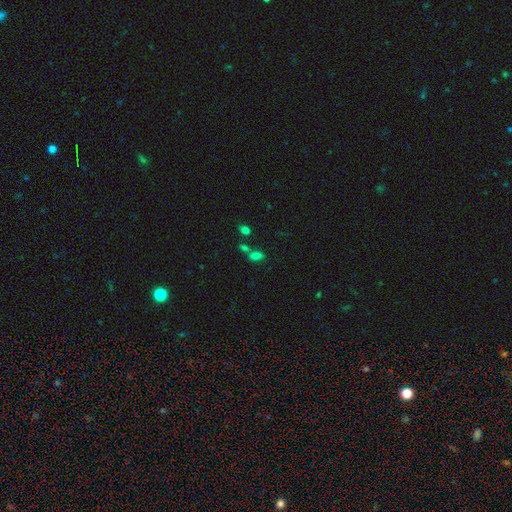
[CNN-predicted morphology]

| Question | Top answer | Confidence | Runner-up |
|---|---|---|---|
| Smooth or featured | smooth | 67% | star or artifact (23%) |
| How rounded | in between | 81% | round (13%) |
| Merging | none | 48% | merger (33%) |